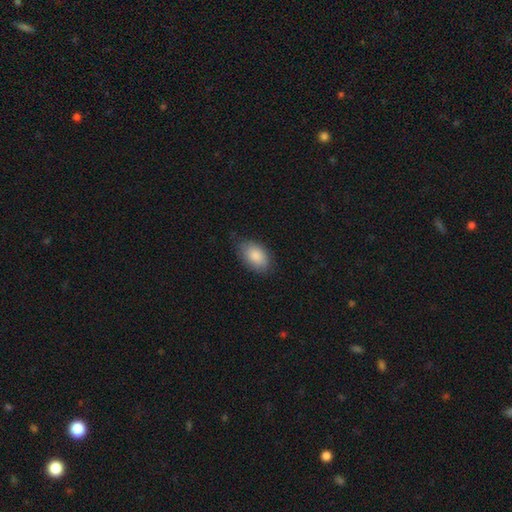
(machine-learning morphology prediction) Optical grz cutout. It shows a smooth galaxy with no disk features (86%) that is in between round and cigar-shaped (92%). Merging: none (74%).